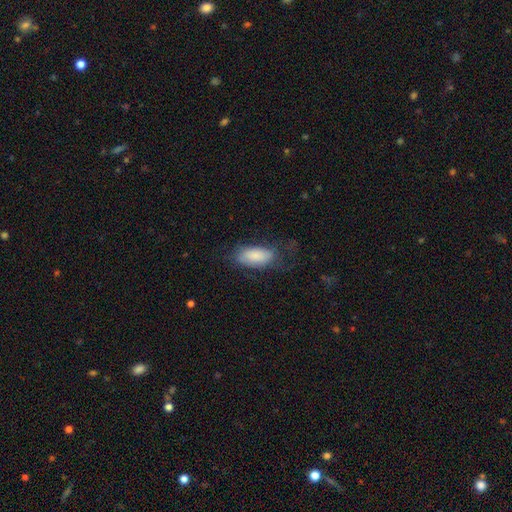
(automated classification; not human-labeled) Smooth or featured?
  - smooth: 78% *
  - featured or disk: 15%
  - star or artifact: 7%
How rounded?
  - in between: 90% *
  - cigar-shaped: 7%
  - round: 3%
Merging?
  - none: 54% *
  - minor disturbance: 26%
  - major disturbance: 18%
  - merger: 2%